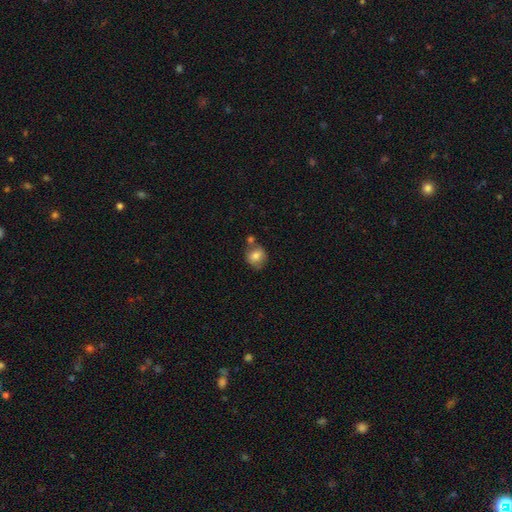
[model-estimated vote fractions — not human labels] A smooth galaxy with no disk features (77%) that is round (75%). Merging: none (56%).